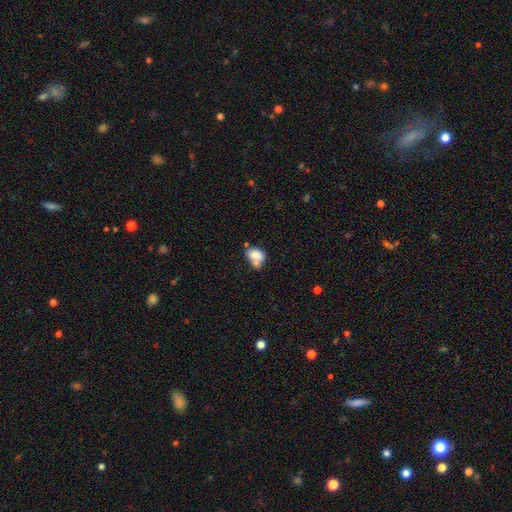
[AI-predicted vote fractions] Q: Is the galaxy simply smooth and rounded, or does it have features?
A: smooth — 74%.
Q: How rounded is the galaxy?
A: in between — 72%.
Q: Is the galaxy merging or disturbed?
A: merger — 44%.